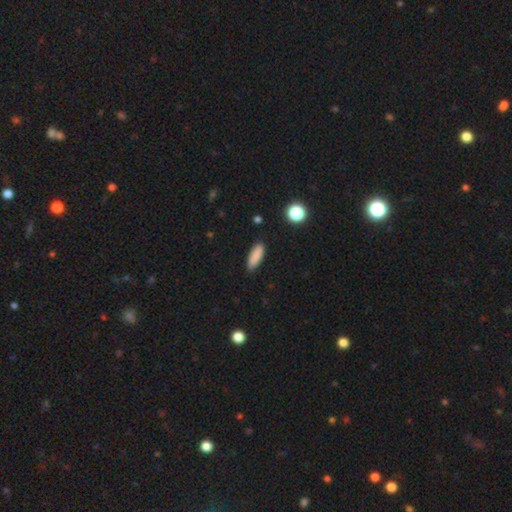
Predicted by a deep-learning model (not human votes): Overall: smooth (87%). How rounded: in between (60%; cigar-shaped 38%). Merging: none (87%).